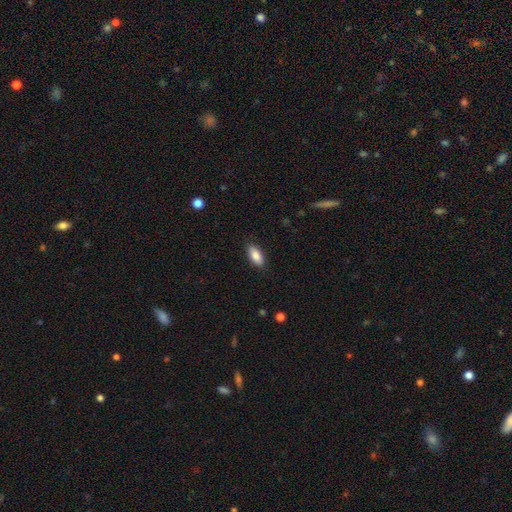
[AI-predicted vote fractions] This appears to be a smooth galaxy with no disk features (86%) that is in between round and cigar-shaped (88%). Merging: none (88%).